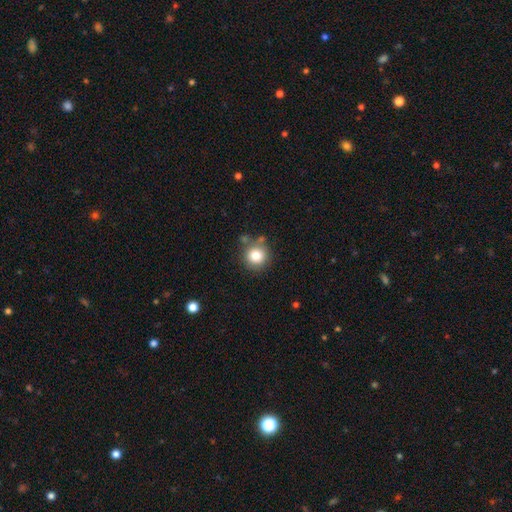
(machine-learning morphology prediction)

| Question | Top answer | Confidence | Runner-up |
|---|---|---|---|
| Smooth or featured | smooth | 80% | star or artifact (11%) |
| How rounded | round | 92% | in between (7%) |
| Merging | none | 75% | minor disturbance (13%) |